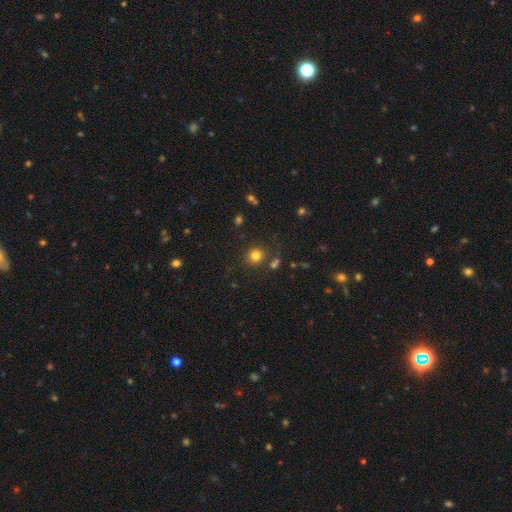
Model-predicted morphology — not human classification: A smooth galaxy with no disk features (79%) that is round (89%).

Vote fractions:
- Smooth or featured? smooth: 79% / star or artifact: 14% / featured or disk: 6%
- How rounded? round: 89% / in between: 10% / cigar-shaped: 1%
- Merging? none: 80% / minor disturbance: 9% / merger: 7% / major disturbance: 4%